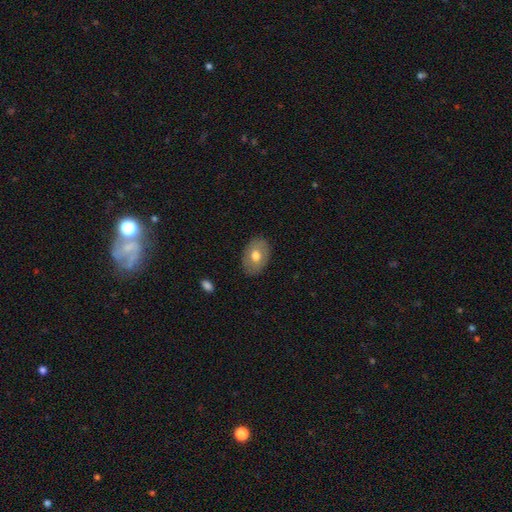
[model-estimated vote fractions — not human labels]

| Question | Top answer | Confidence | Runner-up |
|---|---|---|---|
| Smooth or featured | smooth | 65% | featured or disk (29%) |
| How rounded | in between | 78% | round (21%) |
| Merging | none | 86% | minor disturbance (11%) |